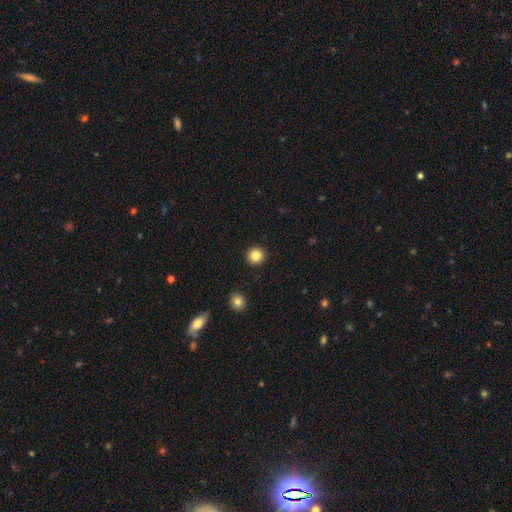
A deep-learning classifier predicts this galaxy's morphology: smooth 85%, star or artifact 10%, featured or disk 4%. Down the decision tree: how rounded — round (93%); merging — none (93%).